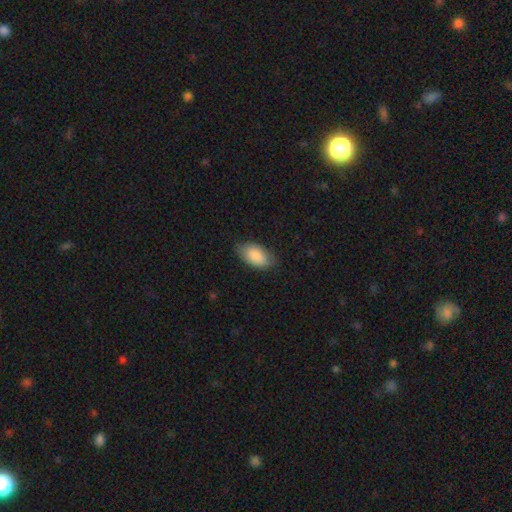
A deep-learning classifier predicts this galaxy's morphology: smooth-or-featured: smooth: 87% | featured or disk: 7% | star or artifact: 6%
  how-rounded: in between: 94% | round: 4% | cigar-shaped: 2%
  merging: none: 77% | minor disturbance: 18% | major disturbance: 4% | merger: 1%